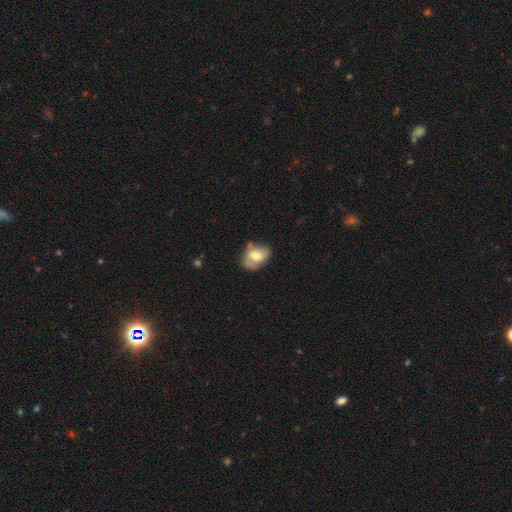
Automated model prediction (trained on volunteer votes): Smooth or featured?
  - smooth: 49% *
  - featured or disk: 44%
  - star or artifact: 8%
Merging?
  - none: 54% *
  - minor disturbance: 30%
  - major disturbance: 11%
  - merger: 6%